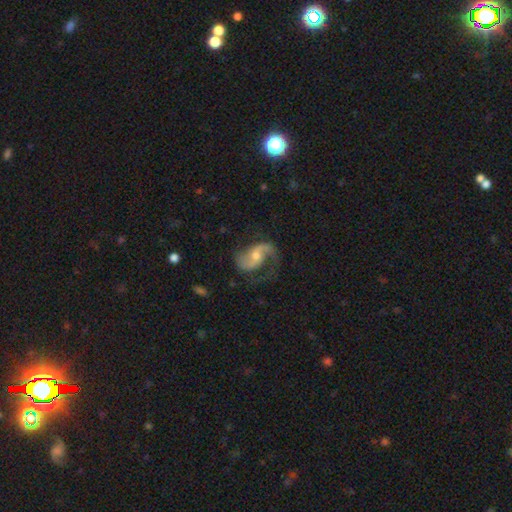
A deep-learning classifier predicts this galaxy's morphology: smooth_or_featured: featured or disk (p=0.85) [alt: smooth p=0.09]
disk_edge_on: no (p=0.97) [alt: yes p=0.03]
bar: no (p=0.47) [alt: weak p=0.40]
has_spiral_arms: yes (p=0.96) [alt: no p=0.04]
spiral_winding: loose (p=0.53) [alt: medium p=0.38]
spiral_arm_count: 2 (p=0.83) [alt: 1 p=0.10]
bulge_size: moderate (p=0.53) [alt: small p=0.38]
merging: none (p=0.59) [alt: minor disturbance p=0.20]